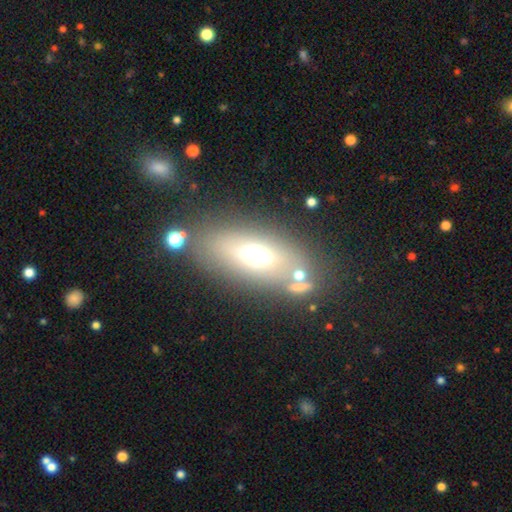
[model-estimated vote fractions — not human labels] smooth 57%, featured or disk 28%, star or artifact 15%. Down the decision tree: how rounded — in between (73%); merging — none (70%).